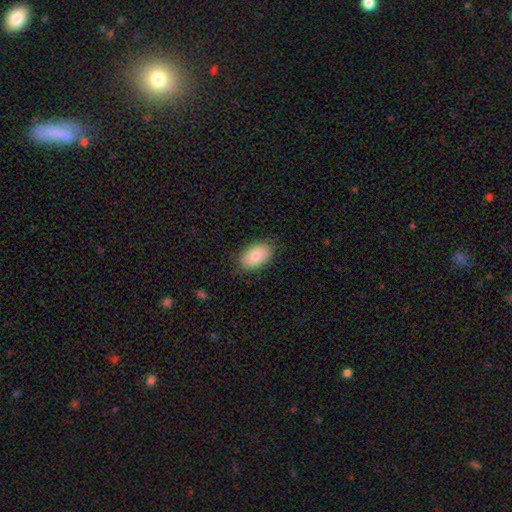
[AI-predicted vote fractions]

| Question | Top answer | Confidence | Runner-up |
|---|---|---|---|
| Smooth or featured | smooth | 81% | featured or disk (13%) |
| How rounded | in between | 91% | round (7%) |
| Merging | none | 83% | minor disturbance (13%) |